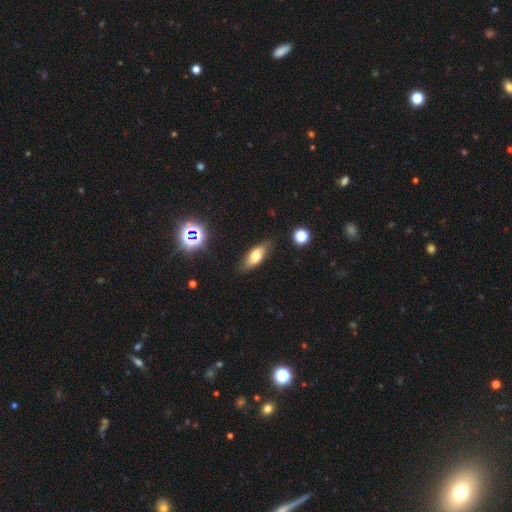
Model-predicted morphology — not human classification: Smooth or featured? smooth (66%)
How rounded? in between (78%)
Merging? none (81%)